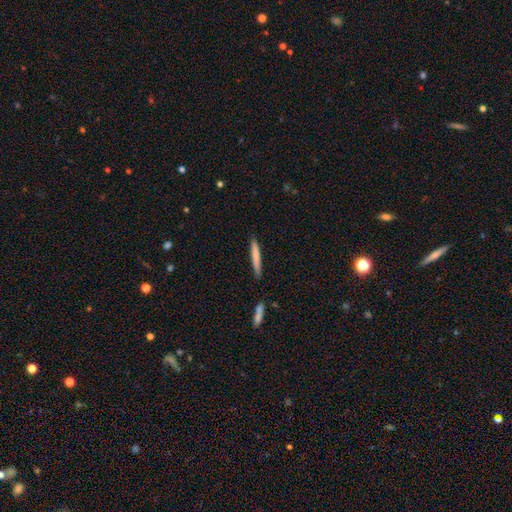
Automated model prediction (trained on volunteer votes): A smooth galaxy with no disk features (74%) that is cigar-shaped (95%).

Vote fractions:
- Smooth or featured? smooth: 74% / featured or disk: 21% / star or artifact: 6%
- How rounded? cigar-shaped: 95% / in between: 4% / round: 1%
- Merging? none: 86% / minor disturbance: 10% / merger: 2% / major disturbance: 2%